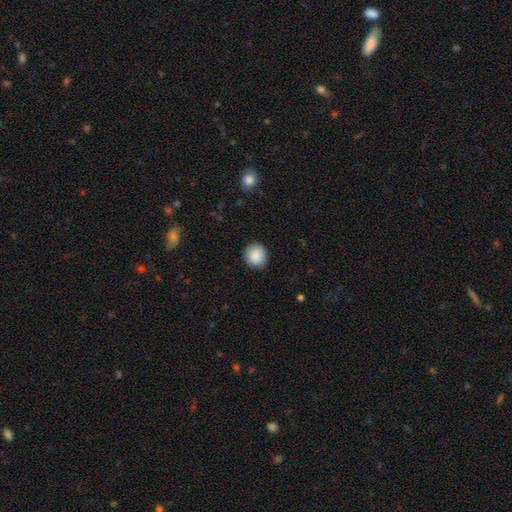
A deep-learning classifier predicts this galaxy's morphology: smooth 89%, star or artifact 7%, featured or disk 4%. Down the decision tree: how rounded — round (90%); merging — none (89%).